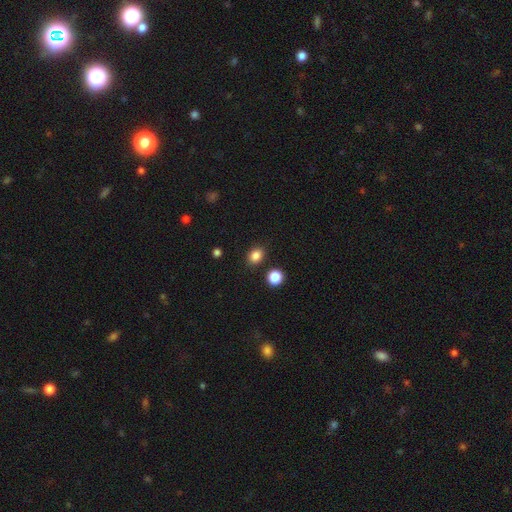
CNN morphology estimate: Smooth or featured: smooth — 84% (star or artifact — 12%)
How rounded: in between — 52% (round — 46%)
Merging: none — 85% (minor disturbance — 9%)